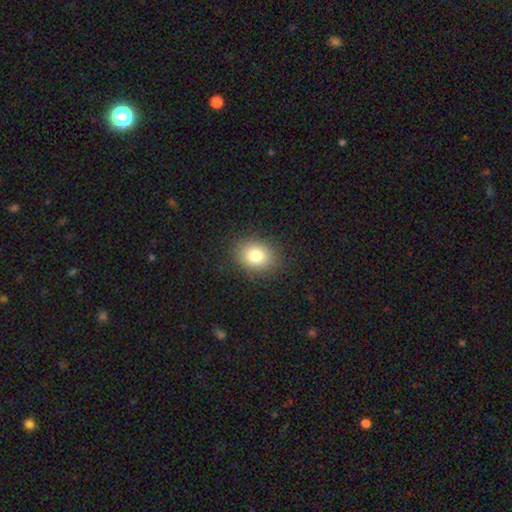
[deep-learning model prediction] This appears to be a smooth galaxy with no disk features (80%) that is in between round and cigar-shaped (58%). Merging: none (87%).